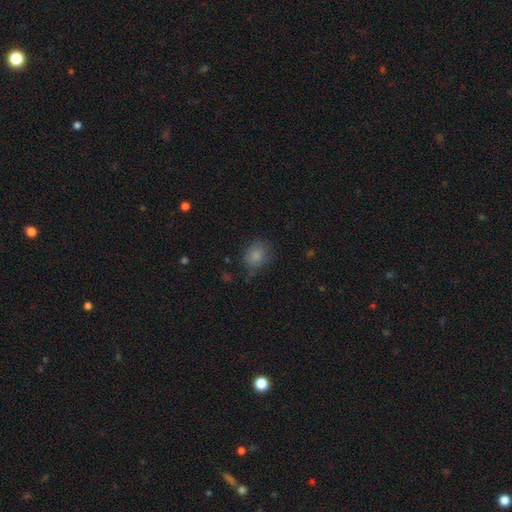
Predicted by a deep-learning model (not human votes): This appears to be a smooth galaxy with no disk features (81%) that is round (52%). Merging: none (62%).